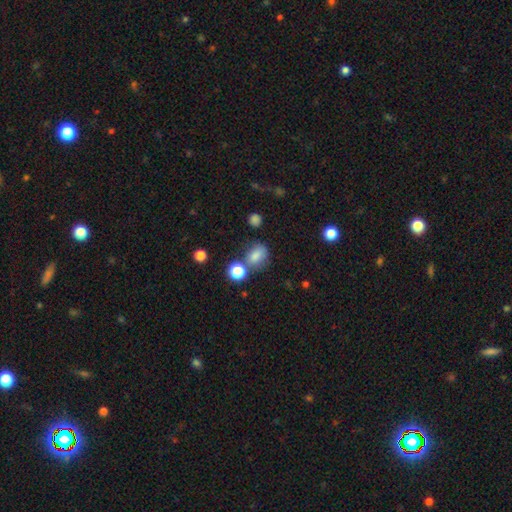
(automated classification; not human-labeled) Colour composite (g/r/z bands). It shows a smooth galaxy with no disk features (77%) that is in between round and cigar-shaped (57%). Merging: none (57%).